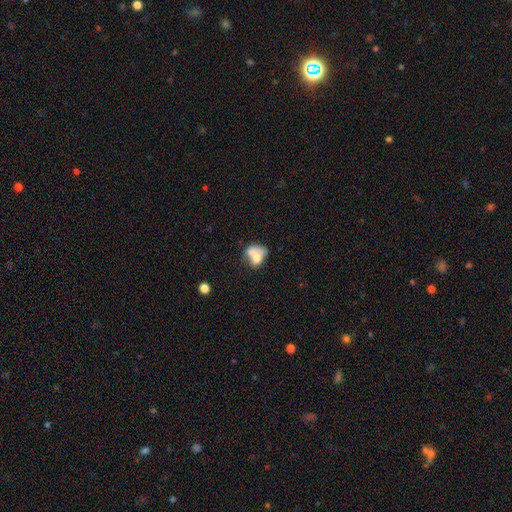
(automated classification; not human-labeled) smooth_or_featured: smooth (p=0.60) [alt: featured or disk p=0.30]
how_rounded: in between (p=0.57) [alt: round p=0.41]
merging: merger (p=0.46) [alt: none p=0.24]